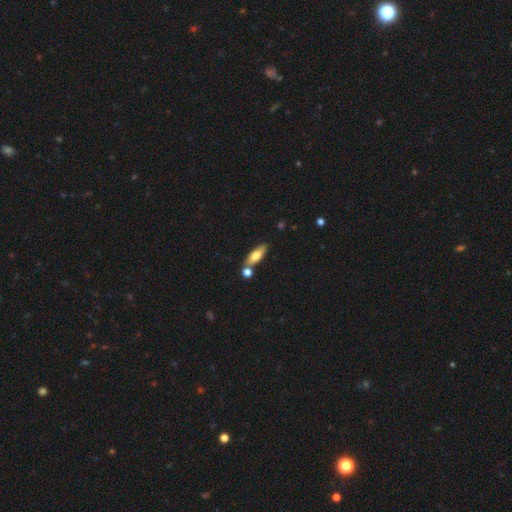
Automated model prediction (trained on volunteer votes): A smooth galaxy with no disk features (68%) that is in between round and cigar-shaped (55%).

Vote fractions:
- Smooth or featured? smooth: 68% / featured or disk: 25% / star or artifact: 7%
- How rounded? in between: 55% / cigar-shaped: 42% / round: 3%
- Merging? none: 67% / merger: 19% / minor disturbance: 12% / major disturbance: 3%